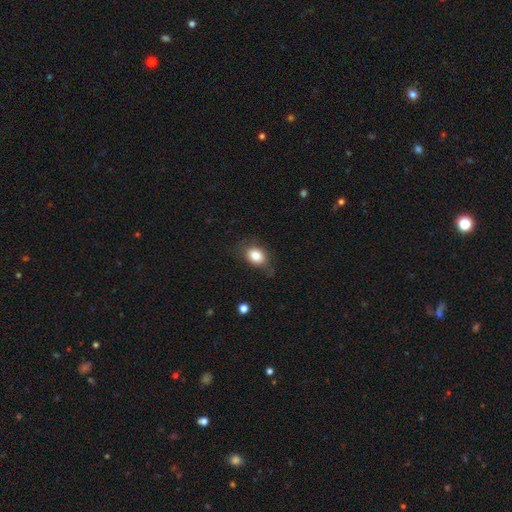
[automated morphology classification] smooth_or_featured: smooth (p=0.80) [alt: featured or disk p=0.11]
how_rounded: in between (p=0.66) [alt: round p=0.32]
merging: none (p=0.65) [alt: minor disturbance p=0.24]